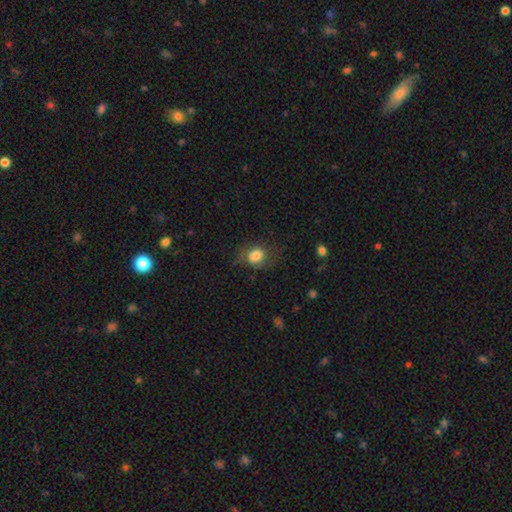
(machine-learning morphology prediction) Q: Smooth or featured?
A: smooth (79%); runner-up: featured or disk (12%)
Q: How rounded?
A: round (52%); runner-up: in between (46%)
Q: Merging?
A: none (61%); runner-up: minor disturbance (24%)